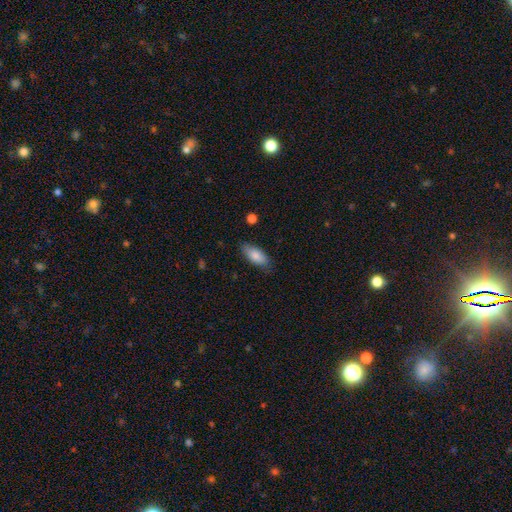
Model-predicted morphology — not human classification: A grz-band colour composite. It shows a smooth galaxy with no disk features (84%) that is in between round and cigar-shaped (84%). Merging: none (80%).